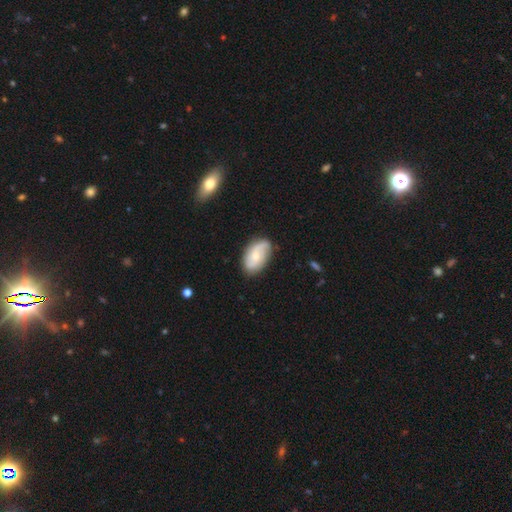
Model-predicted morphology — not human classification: A featured or disk galaxy (62%) with no bar (63%), 2 (69%) medium (39%) spiral arms (91%) and a small central bulge (49%). Merging: none (78%).